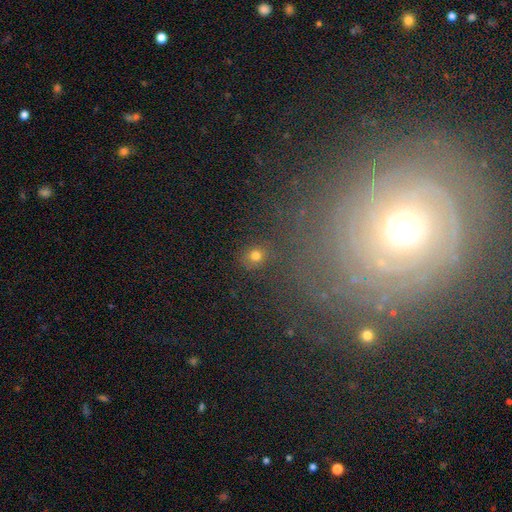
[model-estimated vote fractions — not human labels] Smooth or featured? Predicted: smooth (p=0.69). How rounded? Predicted: round (p=0.76). Merging? Predicted: none (p=0.81).